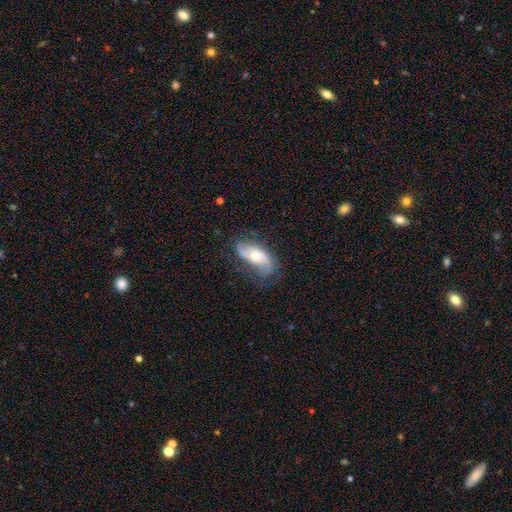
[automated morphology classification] This is possibly a featured or disk galaxy (59%). It is clearly not viewed edge-on (88%). Bar: likely no (64%). Spiral arm pattern: likely yes (78%). Central bulge: likely moderate (67%). Merging: likely none (62%).